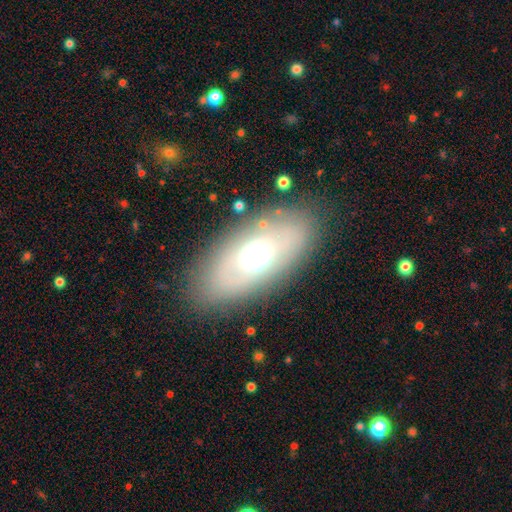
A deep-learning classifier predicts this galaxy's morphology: type=smooth (48%); merging=none (83%).